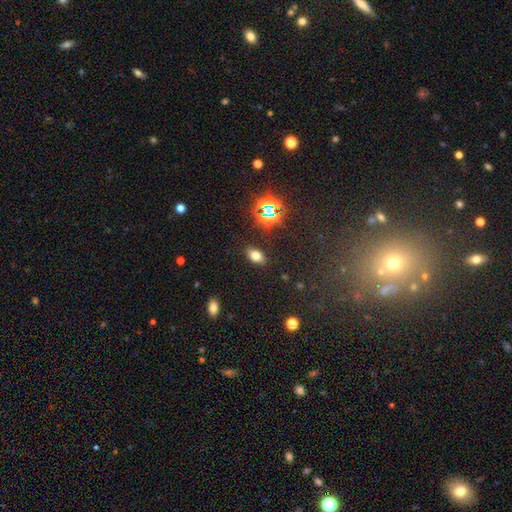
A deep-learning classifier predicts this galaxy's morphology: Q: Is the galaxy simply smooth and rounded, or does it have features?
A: smooth — 68%.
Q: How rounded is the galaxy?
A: in between — 87%.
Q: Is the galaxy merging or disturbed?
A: none — 87%.